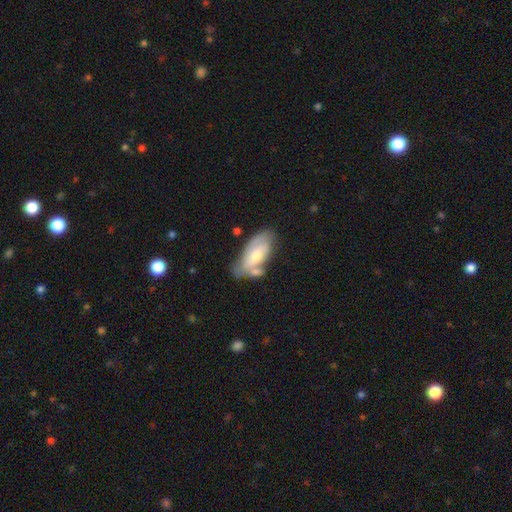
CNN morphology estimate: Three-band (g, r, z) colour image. It shows a featured or disk galaxy (49%). Merging: none (49%).